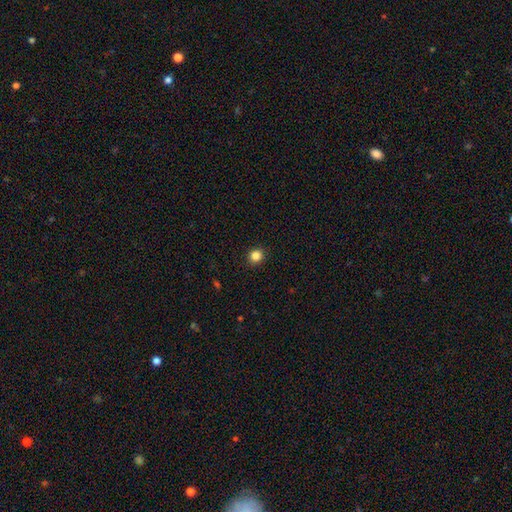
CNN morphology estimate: Smooth or featured? Predicted: smooth (p=0.84). How rounded? Predicted: round (p=0.85). Merging? Predicted: none (p=0.92).